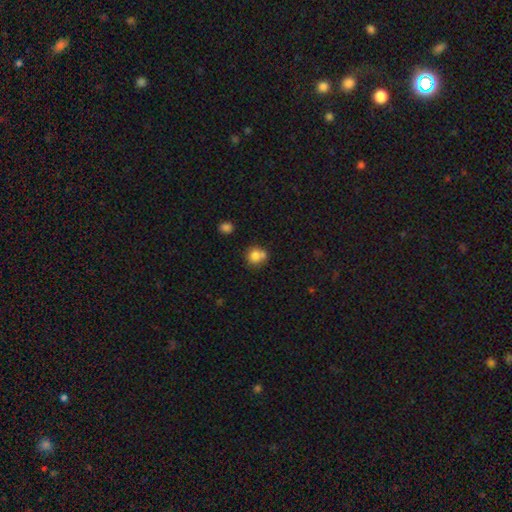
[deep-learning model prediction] This appears to be a smooth galaxy with no disk features (79%) that is round (83%). Merging: none (52%).